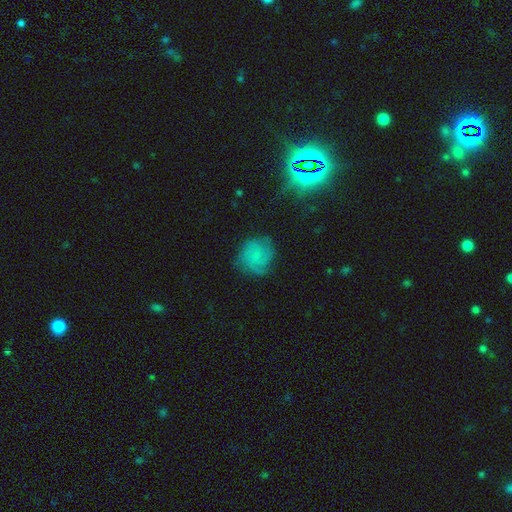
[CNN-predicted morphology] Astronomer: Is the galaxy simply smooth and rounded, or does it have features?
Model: smooth — 44%, tied with featured or disk at 44%.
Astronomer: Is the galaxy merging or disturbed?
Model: none — 68%.